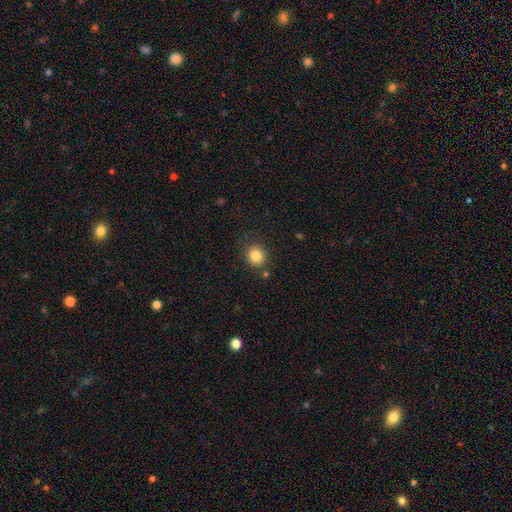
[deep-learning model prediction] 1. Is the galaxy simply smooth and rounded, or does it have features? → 84% smooth, 11% star or artifact, 5% featured or disk.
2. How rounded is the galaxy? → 81% round, 18% in between, 1% cigar-shaped.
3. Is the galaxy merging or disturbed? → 83% none, 10% minor disturbance, 4% merger, 3% major disturbance.